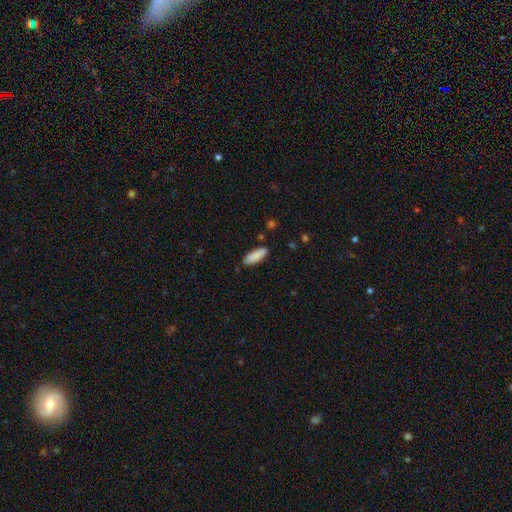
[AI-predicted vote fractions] smooth 89%, star or artifact 6%, featured or disk 5%. Down the decision tree: how rounded — in between (64%); merging — none (86%).